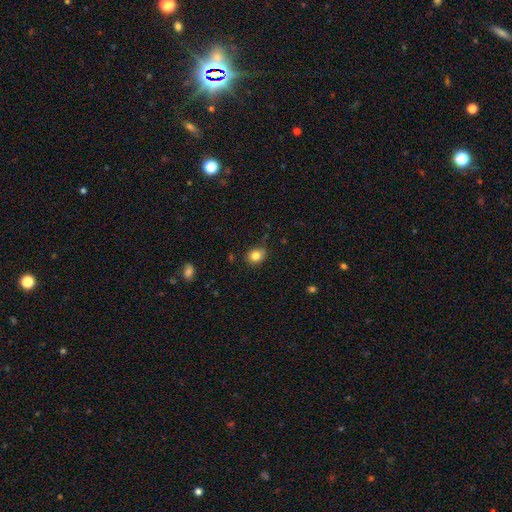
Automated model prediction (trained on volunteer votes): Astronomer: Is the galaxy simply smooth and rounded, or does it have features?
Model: smooth — 83%.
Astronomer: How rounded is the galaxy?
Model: round — 67%.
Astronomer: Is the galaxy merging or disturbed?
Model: none — 76%.